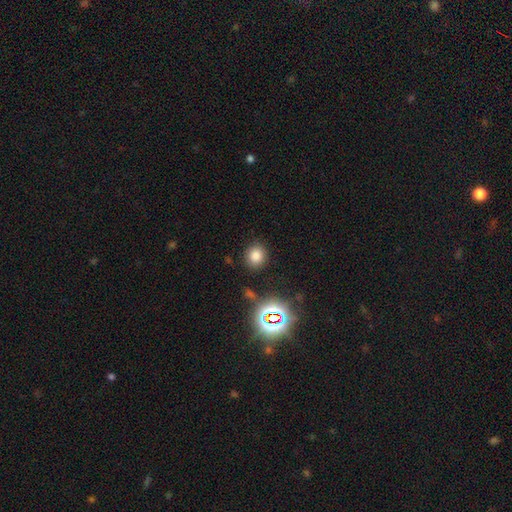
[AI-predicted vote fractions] A smooth galaxy with no disk features (77%) that is round (80%). Merging: none (86%).